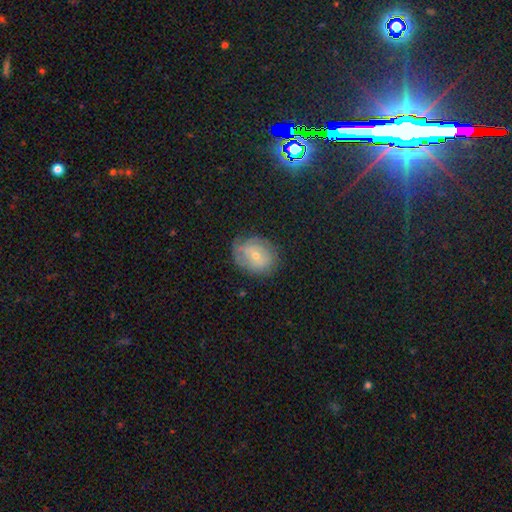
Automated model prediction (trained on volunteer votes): Smooth or featured: featured or disk — 52% (smooth — 31%)
Edge-on disk: no — 95% (yes — 5%)
Merging: none — 70% (minor disturbance — 21%)